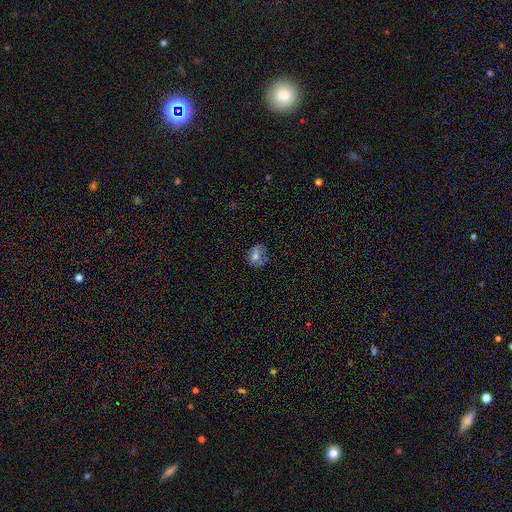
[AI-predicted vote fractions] Smooth or featured? smooth (67%)
How rounded? round (52%)
Merging? none (50%)